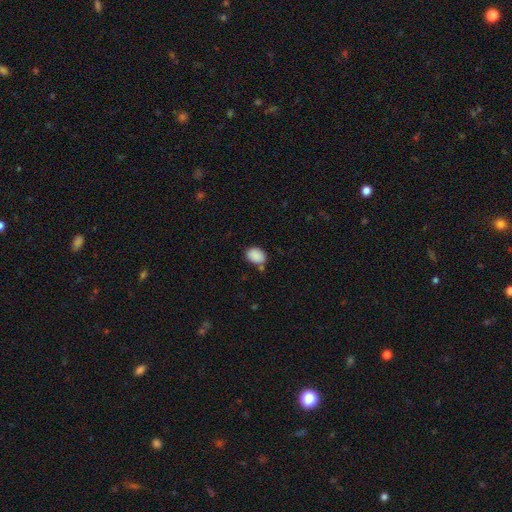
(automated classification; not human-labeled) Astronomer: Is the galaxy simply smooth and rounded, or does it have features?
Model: smooth — 89%.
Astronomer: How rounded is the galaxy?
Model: in between — 73%.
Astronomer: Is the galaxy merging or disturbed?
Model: none — 69%.